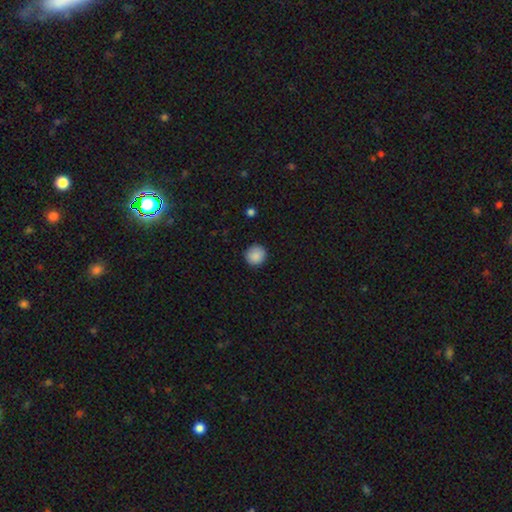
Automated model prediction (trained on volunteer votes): Overall: smooth (89%). How rounded: round (93%). Merging: none (91%).